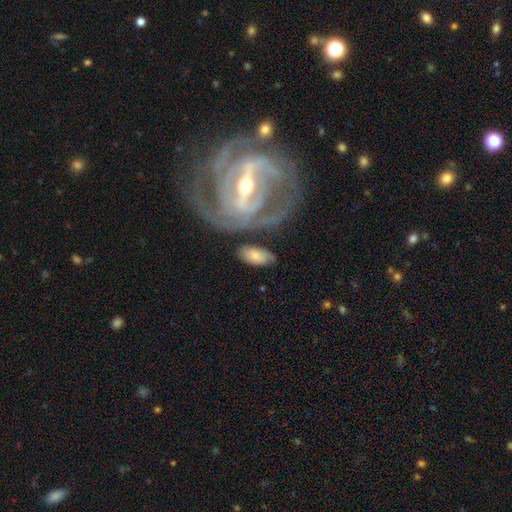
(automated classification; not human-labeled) Smooth or featured: smooth — 53% (featured or disk — 40%)
How rounded: in between — 90% (cigar-shaped — 5%)
Merging: none — 58% (minor disturbance — 19%)